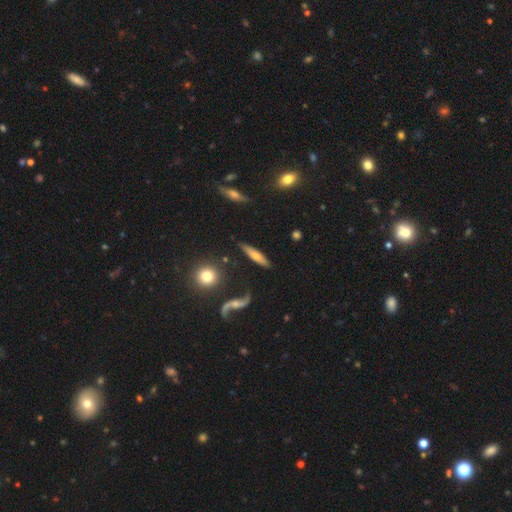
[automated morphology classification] This is possibly a smooth galaxy (48%). Merging: clearly none (81%).